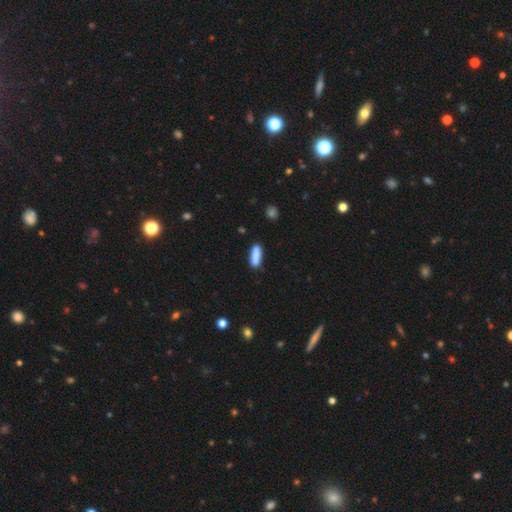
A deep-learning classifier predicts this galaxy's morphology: Q: Smooth or featured?
A: smooth (88%); runner-up: star or artifact (6%)
Q: How rounded?
A: in between (50%); runner-up: cigar-shaped (48%)
Q: Merging?
A: none (85%); runner-up: minor disturbance (11%)